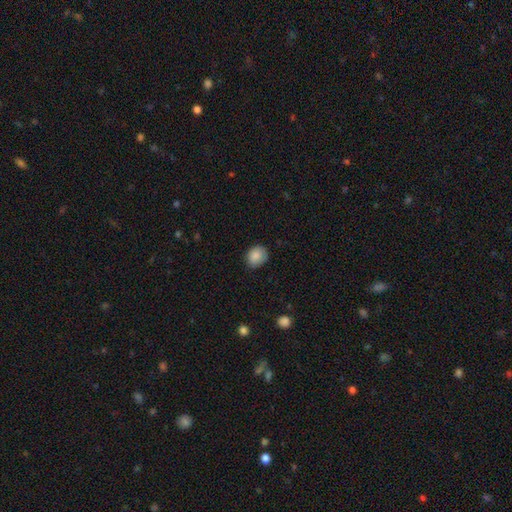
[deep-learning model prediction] Morphology: type=smooth (86%); roundness=round (58%); merging=none (73%).